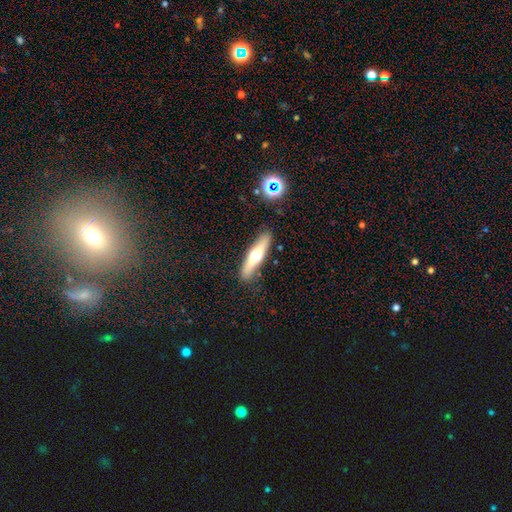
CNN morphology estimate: This is possibly a featured or disk galaxy (51%). It is clearly viewed edge-on (89%). Merging: clearly none (87%).